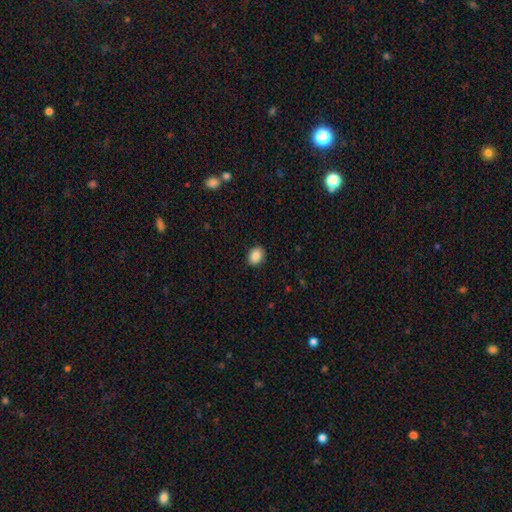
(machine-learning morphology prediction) Overall: smooth (87%). How rounded: in between (56%; round 43%). Merging: none (90%).